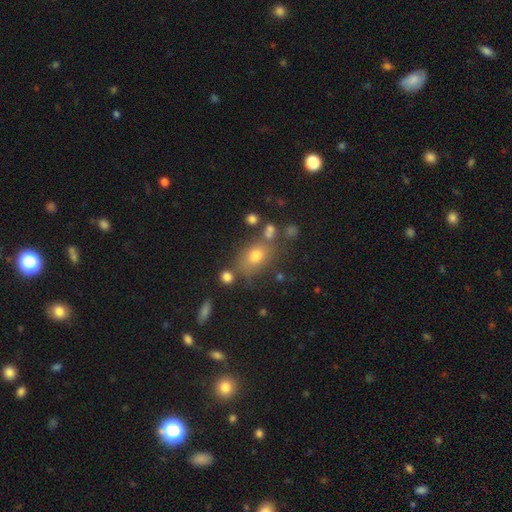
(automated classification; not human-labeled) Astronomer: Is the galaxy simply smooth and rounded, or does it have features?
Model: smooth — 71%.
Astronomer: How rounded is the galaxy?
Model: in between — 66%.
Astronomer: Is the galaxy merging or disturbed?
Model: none — 68%.